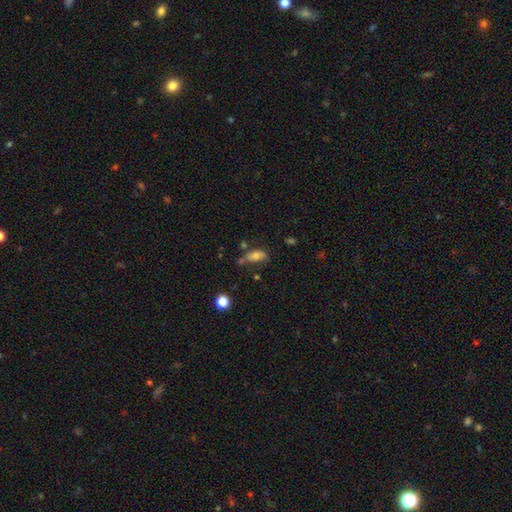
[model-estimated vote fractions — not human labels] This appears to be a smooth galaxy with no disk features (71%) that is in between round and cigar-shaped (85%). Merging: none (45%).